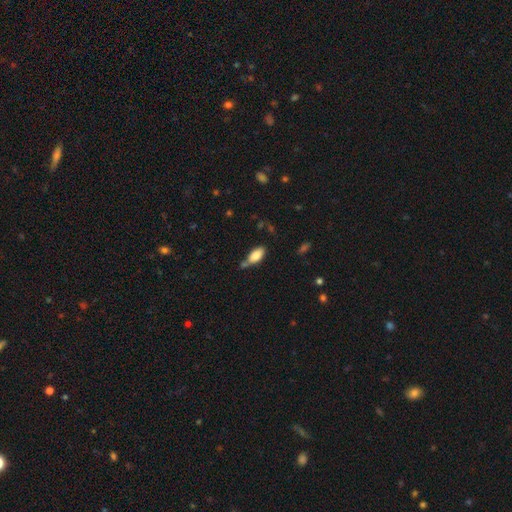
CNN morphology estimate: Overall: smooth (83%). How rounded: in between (90%). Merging: none (53%; minor disturbance 23%).